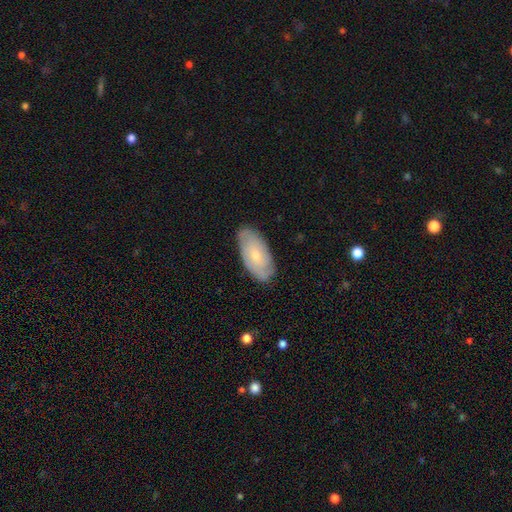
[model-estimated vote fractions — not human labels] Morphology: type=featured or disk (50%); edge-on=no (89%); merging=none (81%).